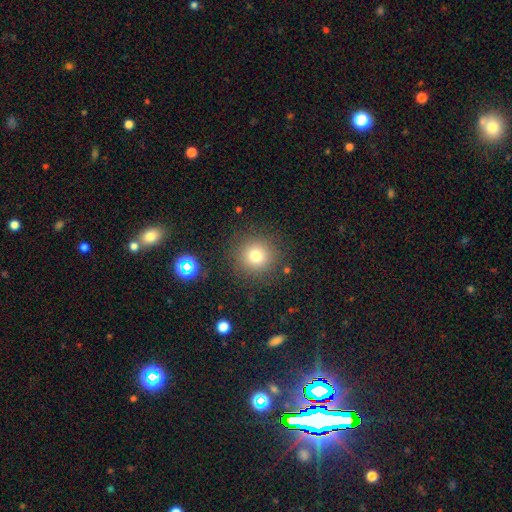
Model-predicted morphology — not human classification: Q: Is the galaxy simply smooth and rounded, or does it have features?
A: smooth — 75%.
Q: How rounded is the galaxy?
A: round — 94%.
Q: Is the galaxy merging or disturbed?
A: none — 88%.